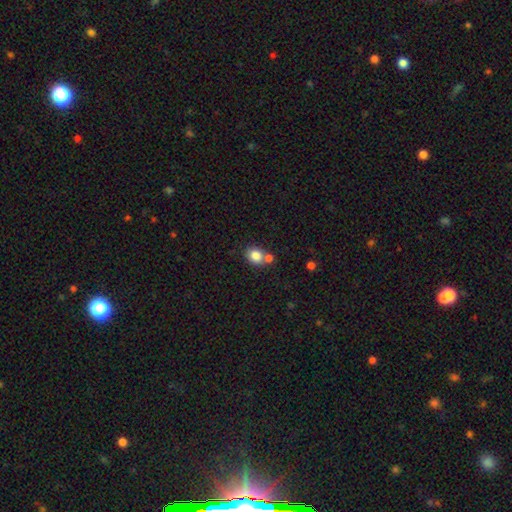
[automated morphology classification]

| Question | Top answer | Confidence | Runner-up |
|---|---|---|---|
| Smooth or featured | smooth | 83% | star or artifact (9%) |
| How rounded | round | 63% | in between (36%) |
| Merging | none | 52% | merger (34%) |